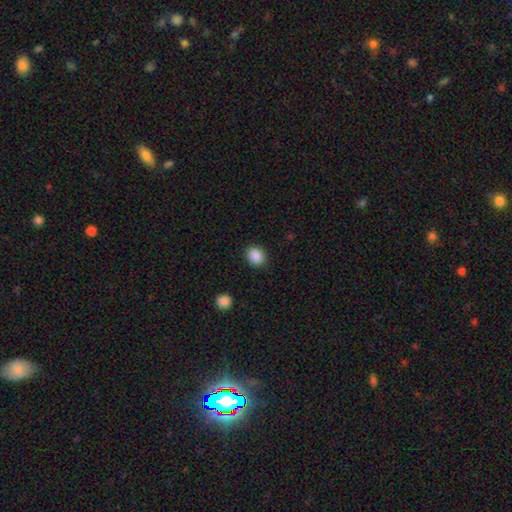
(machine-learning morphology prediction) A smooth galaxy with no disk features (88%) that is round (58%).

Vote fractions:
- Smooth or featured? smooth: 88% / star or artifact: 9% / featured or disk: 3%
- How rounded? round: 58% / in between: 42% / cigar-shaped: 1%
- Merging? none: 89% / minor disturbance: 8% / major disturbance: 2% / merger: 1%